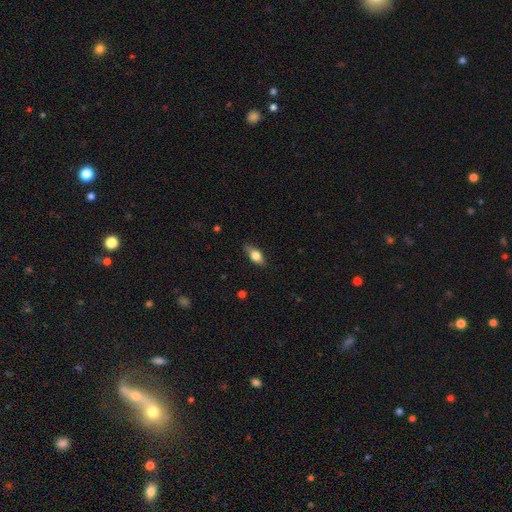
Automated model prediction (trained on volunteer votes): A smooth galaxy with no disk features (71%) that is in between round and cigar-shaped (81%).

Vote fractions:
- Smooth or featured? smooth: 71% / featured or disk: 22% / star or artifact: 7%
- How rounded? in between: 81% / cigar-shaped: 13% / round: 6%
- Merging? none: 79% / minor disturbance: 16% / major disturbance: 3% / merger: 1%